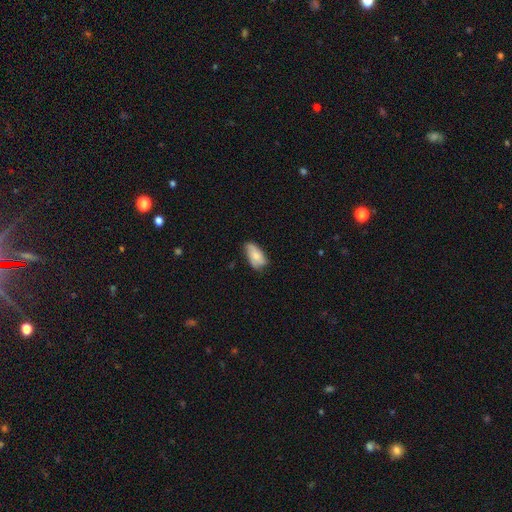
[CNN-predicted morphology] smooth-or-featured: smooth: 67% | featured or disk: 26% | star or artifact: 7%
  how-rounded: in between: 91% | cigar-shaped: 5% | round: 3%
  merging: none: 57% | minor disturbance: 34% | major disturbance: 8% | merger: 2%